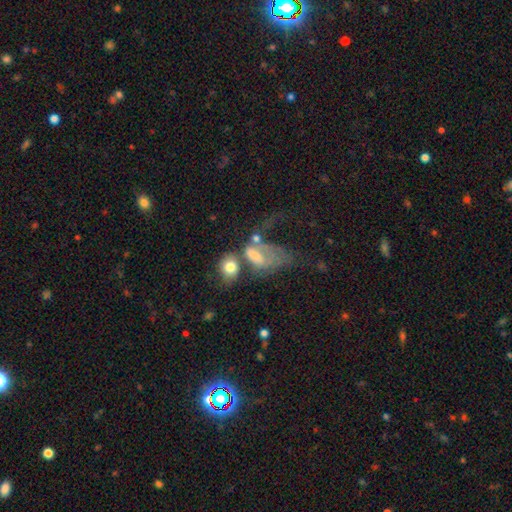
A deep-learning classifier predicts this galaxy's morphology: Smooth or featured? Predicted: smooth (p=0.55). How rounded? Predicted: in between (p=0.78). Merging? Predicted: major disturbance (p=0.39).